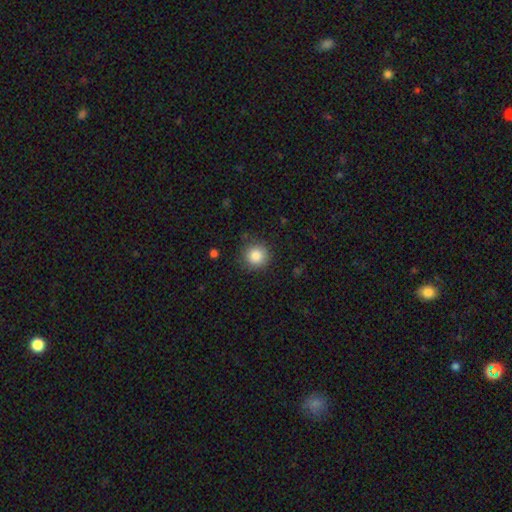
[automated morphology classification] Smooth or featured: smooth — 85% (star or artifact — 10%)
How rounded: round — 94% (in between — 5%)
Merging: none — 85% (minor disturbance — 10%)